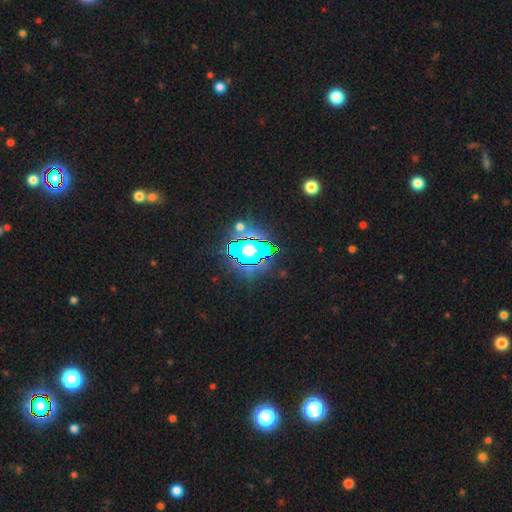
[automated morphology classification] smooth-or-featured: star or artifact: 58% | smooth: 25% | featured or disk: 16%